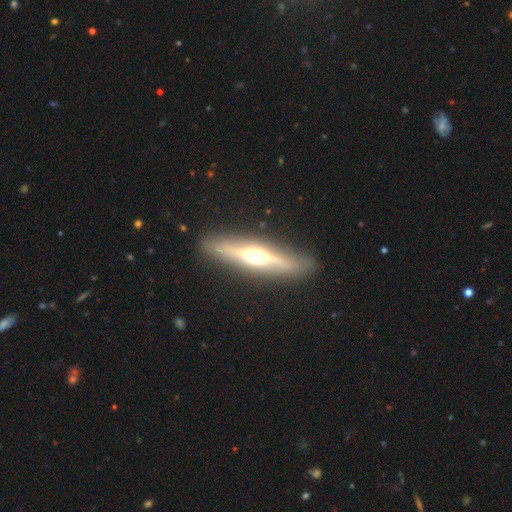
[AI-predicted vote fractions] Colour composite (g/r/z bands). It shows a featured or disk galaxy (71%) viewed edge-on (90%) with a rounded central bulge (93%). Merging: none (88%).